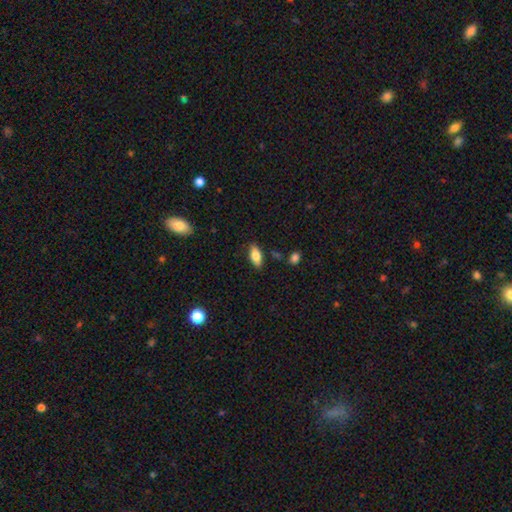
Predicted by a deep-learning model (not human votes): Smooth or featured: smooth — 81% (featured or disk — 12%)
How rounded: in between — 84% (cigar-shaped — 13%)
Merging: none — 83% (minor disturbance — 12%)